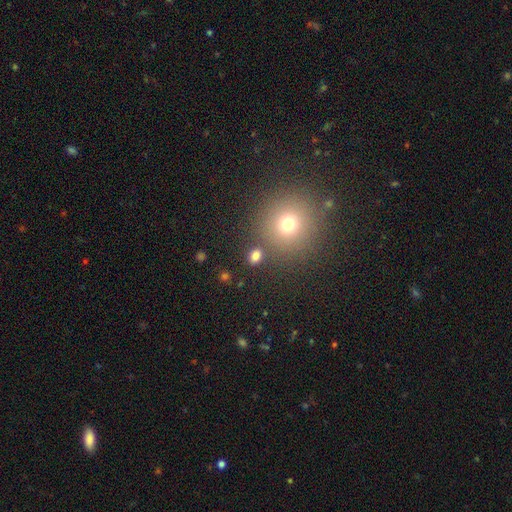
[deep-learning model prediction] This is likely a smooth galaxy (78%). How rounded: possibly round (50%). Merging: likely none (80%).